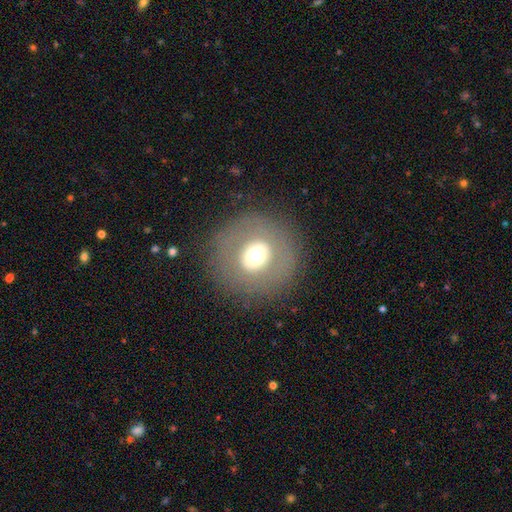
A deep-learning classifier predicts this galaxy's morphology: Overall: smooth (54%; featured or disk 33%). How rounded: round (91%). Merging: none (84%).